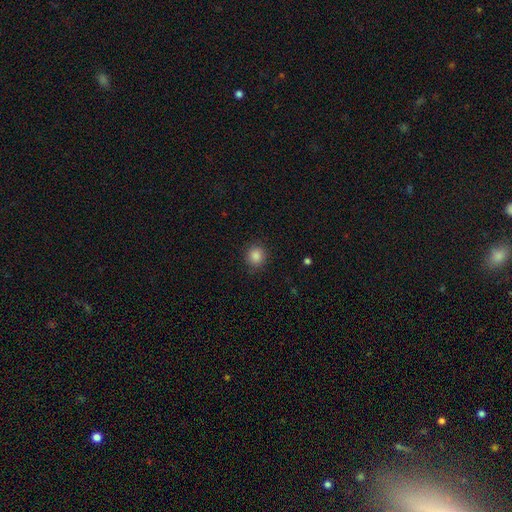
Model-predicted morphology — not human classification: Smooth or featured: smooth — 86% (star or artifact — 11%)
How rounded: round — 89% (in between — 10%)
Merging: none — 88% (minor disturbance — 8%)